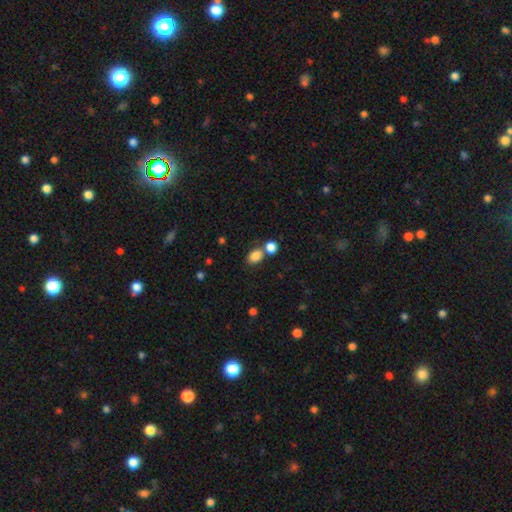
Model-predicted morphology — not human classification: Smooth or featured?
  - smooth: 85% *
  - star or artifact: 10%
  - featured or disk: 6%
How rounded?
  - in between: 69% *
  - round: 30%
  - cigar-shaped: 1%
Merging?
  - none: 54% *
  - merger: 31%
  - minor disturbance: 11%
  - major disturbance: 4%